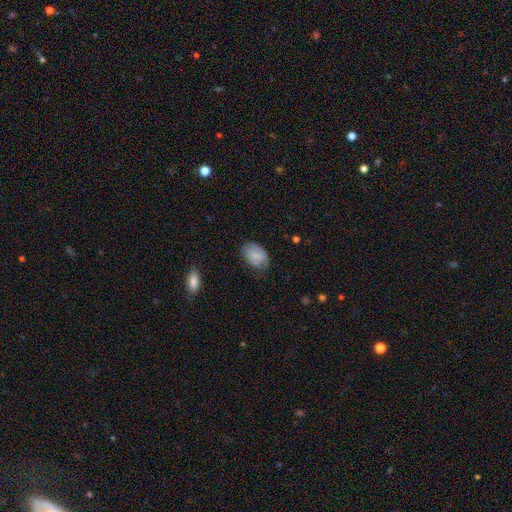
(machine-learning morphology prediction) A smooth galaxy with no disk features (70%) that is in between round and cigar-shaped (87%). Merging: none (63%).